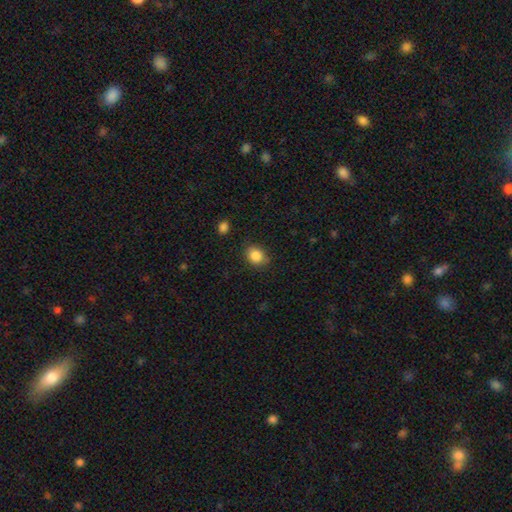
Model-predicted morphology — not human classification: smooth 85%, star or artifact 10%, featured or disk 5%. Down the decision tree: how rounded — round (60%); merging — none (81%).